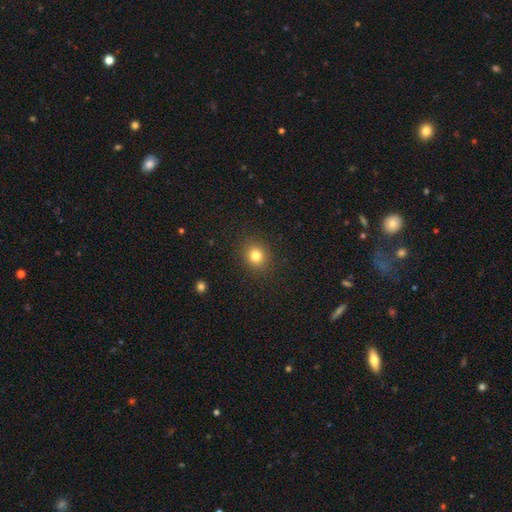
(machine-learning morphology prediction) smooth 81%, star or artifact 12%, featured or disk 7%. Down the decision tree: how rounded — round (80%); merging — none (90%).